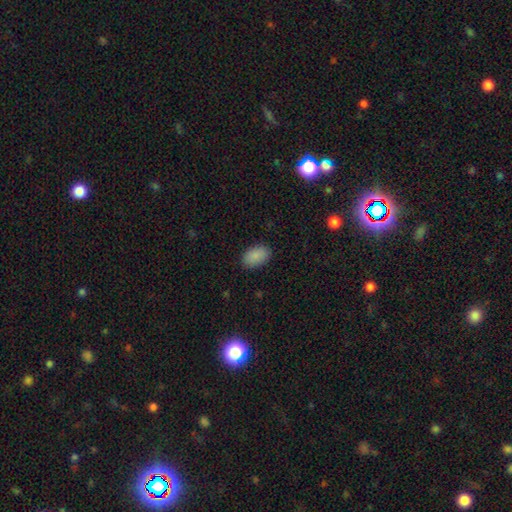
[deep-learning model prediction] This is clearly a smooth galaxy (88%). How rounded: clearly in between (91%). Merging: clearly none (87%).